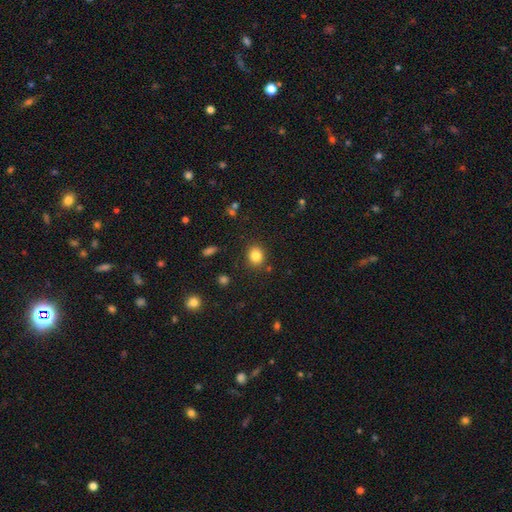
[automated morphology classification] Smooth or featured? Predicted: smooth (p=0.84). How rounded? Predicted: round (p=0.67). Merging? Predicted: none (p=0.86).